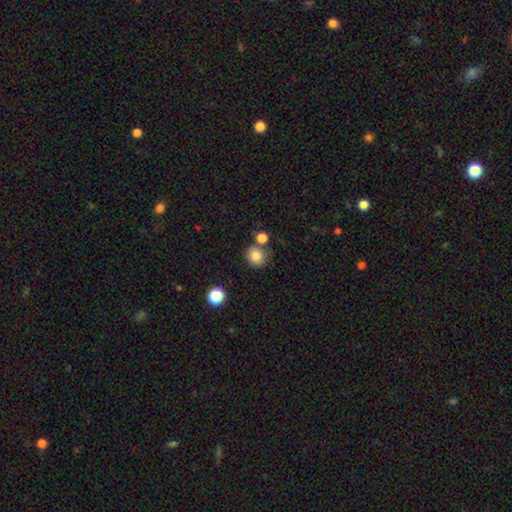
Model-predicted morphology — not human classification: Overall: smooth (83%). How rounded: round (83%). Merging: none (72%).